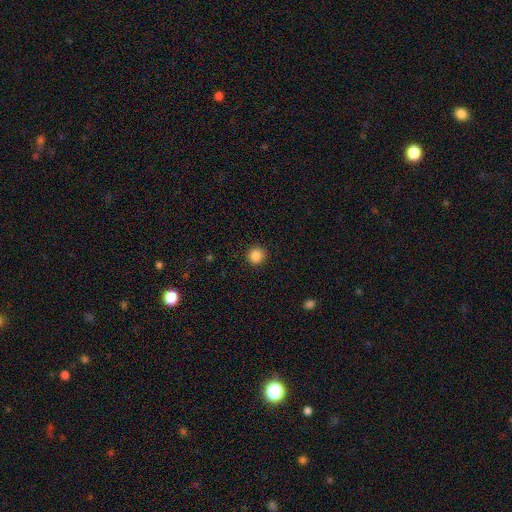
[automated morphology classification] The model was most divided on "smooth or featured": smooth: 86%, star or artifact: 10%, featured or disk: 3%. More confident: how rounded — round (94%); merging — none (92%).